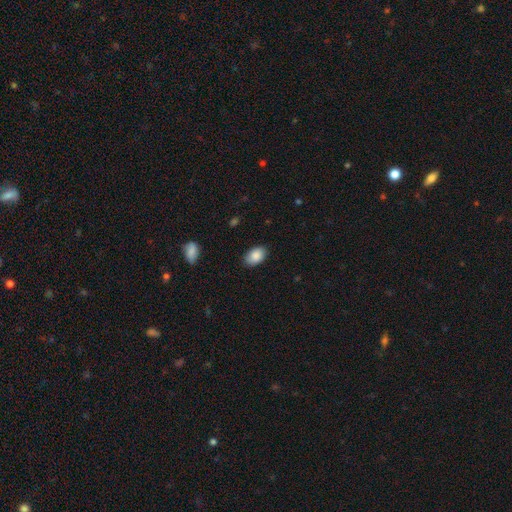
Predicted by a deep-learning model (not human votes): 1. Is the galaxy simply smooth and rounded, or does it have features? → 87% smooth, 7% star or artifact, 6% featured or disk.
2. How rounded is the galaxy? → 90% in between, 8% round, 1% cigar-shaped.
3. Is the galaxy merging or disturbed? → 84% none, 12% minor disturbance, 2% major disturbance, 1% merger.